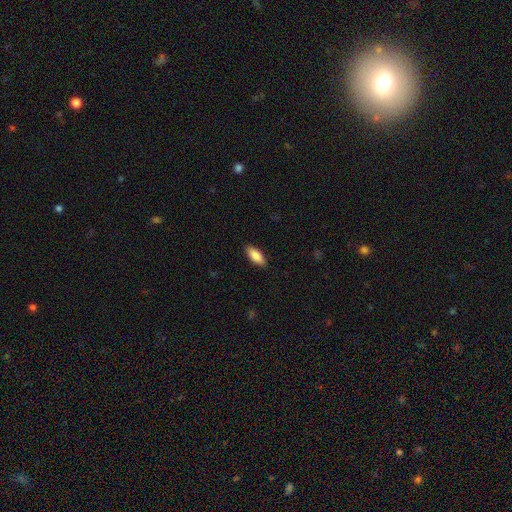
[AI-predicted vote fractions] This appears to be a smooth galaxy with no disk features (87%) that is in between round and cigar-shaped (80%). Merging: none (89%).